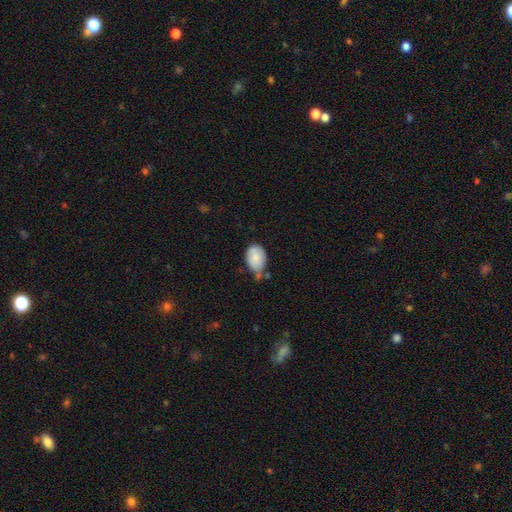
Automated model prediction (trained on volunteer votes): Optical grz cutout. It shows a smooth galaxy with no disk features (84%) that is in between round and cigar-shaped (81%). Merging: none (45%).